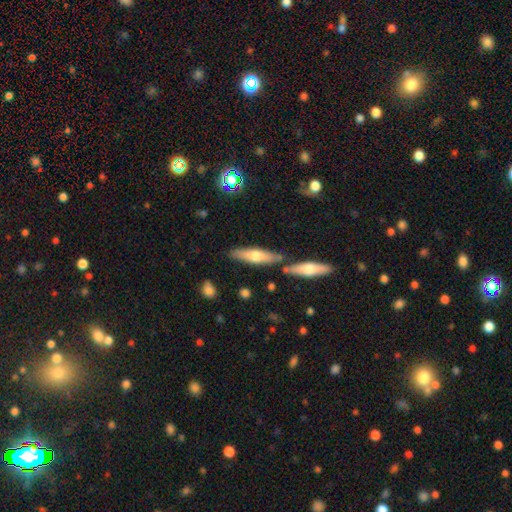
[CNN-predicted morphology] Overall: smooth (55%; featured or disk 40%). How rounded: cigar-shaped (68%; in between 30%). Merging: none (72%).